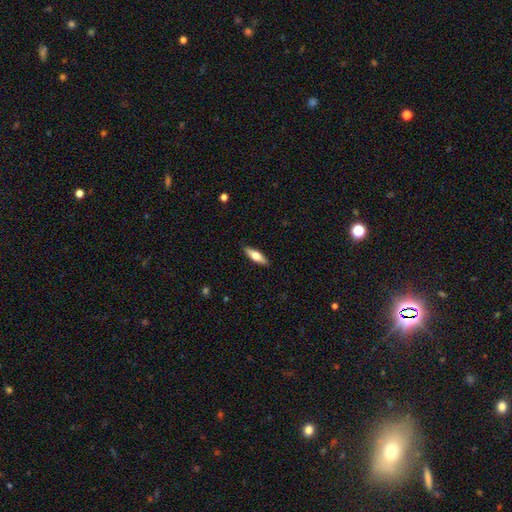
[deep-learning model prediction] This appears to be a smooth galaxy with no disk features (65%) that is cigar-shaped (52%). Merging: none (89%).